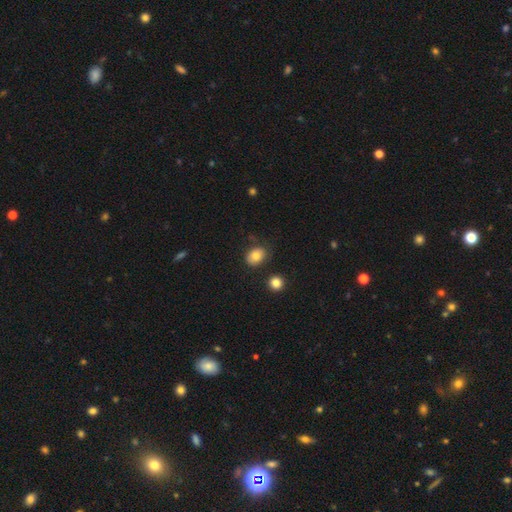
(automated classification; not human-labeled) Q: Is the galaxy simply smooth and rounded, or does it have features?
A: smooth — 82%.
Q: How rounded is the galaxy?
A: in between — 67%.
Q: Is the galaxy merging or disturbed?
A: none — 72%.